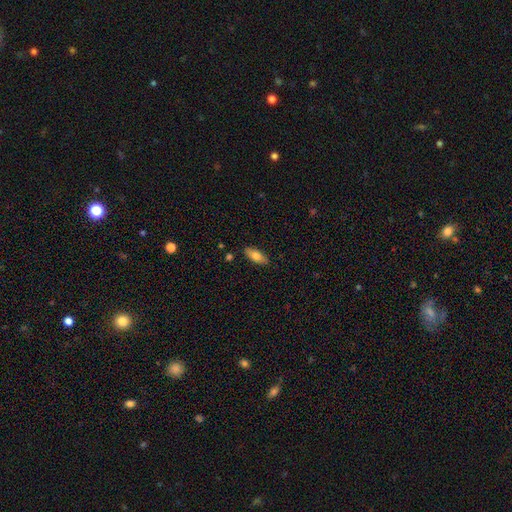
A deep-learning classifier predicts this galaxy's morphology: Smooth or featured: smooth — 75% (featured or disk — 18%)
How rounded: in between — 80% (cigar-shaped — 18%)
Merging: none — 86% (minor disturbance — 11%)